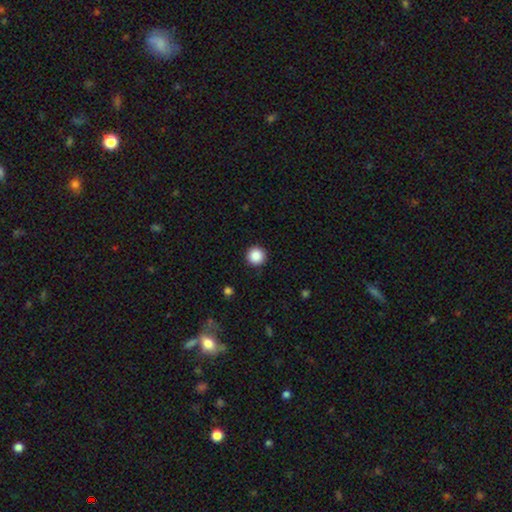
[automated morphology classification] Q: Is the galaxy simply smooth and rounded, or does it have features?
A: smooth — 88%.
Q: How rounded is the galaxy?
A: round — 96%.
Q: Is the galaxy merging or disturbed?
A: none — 92%.